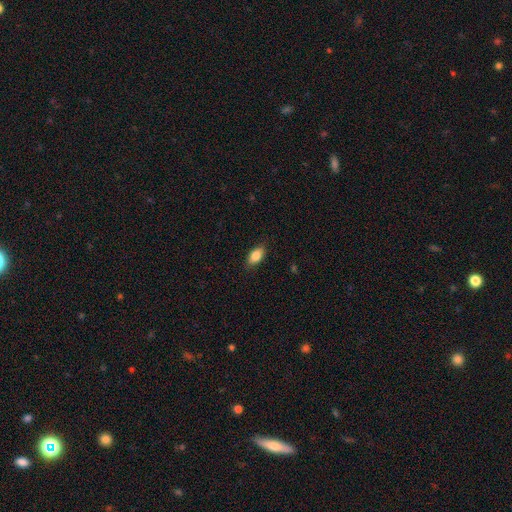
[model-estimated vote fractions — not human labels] A smooth galaxy with no disk features (85%) that is in between round and cigar-shaped (90%).

Vote fractions:
- Smooth or featured? smooth: 85% / featured or disk: 8% / star or artifact: 7%
- How rounded? in between: 90% / round: 5% / cigar-shaped: 5%
- Merging? none: 85% / minor disturbance: 12% / major disturbance: 3% / merger: 1%